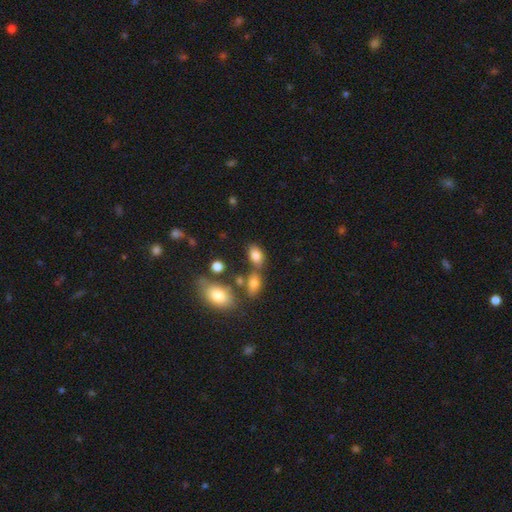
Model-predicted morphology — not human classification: Smooth or featured: smooth — 81% (star or artifact — 10%)
How rounded: in between — 86% (round — 12%)
Merging: none — 57% (merger — 21%)